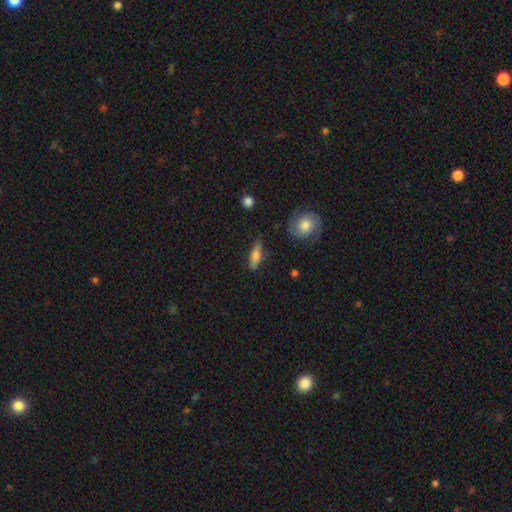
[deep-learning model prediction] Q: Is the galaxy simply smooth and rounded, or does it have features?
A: smooth — 55%.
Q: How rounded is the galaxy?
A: cigar-shaped — 56%.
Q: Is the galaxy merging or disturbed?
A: none — 79%.